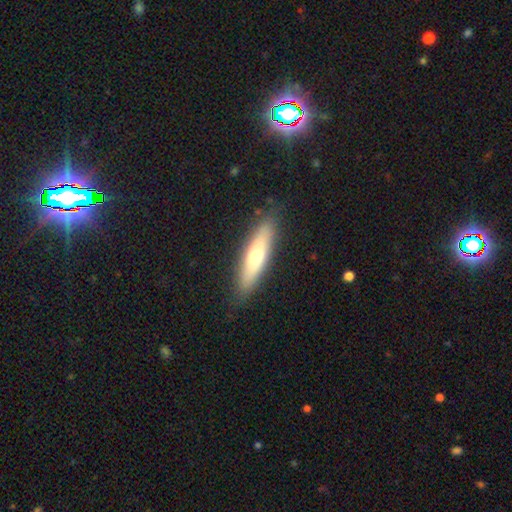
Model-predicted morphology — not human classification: smooth_or_featured: smooth (p=0.55) [alt: featured or disk p=0.38]
how_rounded: cigar-shaped (p=0.70) [alt: in between p=0.28]
merging: none (p=0.87) [alt: minor disturbance p=0.09]